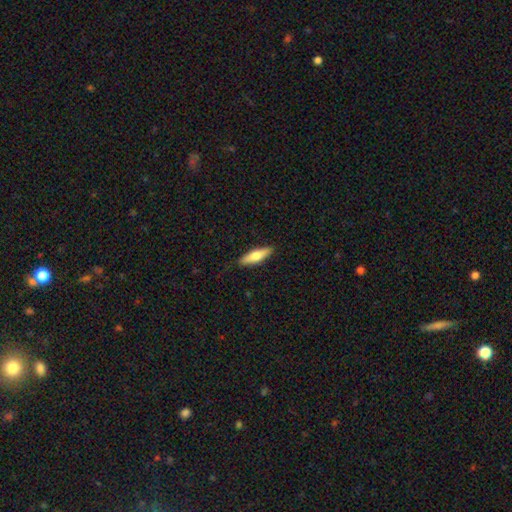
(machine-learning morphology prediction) A smooth galaxy with no disk features (67%) that is cigar-shaped (61%).

Vote fractions:
- Smooth or featured? smooth: 67% / featured or disk: 28% / star or artifact: 5%
- How rounded? cigar-shaped: 61% / in between: 37% / round: 2%
- Merging? none: 87% / minor disturbance: 10% / major disturbance: 2% / merger: 1%